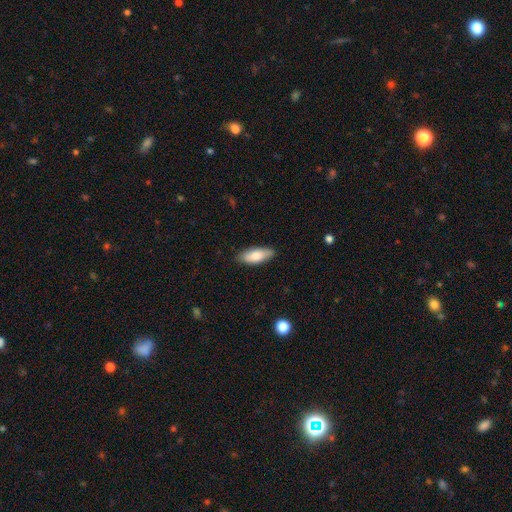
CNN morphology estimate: A smooth galaxy with no disk features (81%) that is in between round and cigar-shaped (73%).

Vote fractions:
- Smooth or featured? smooth: 81% / featured or disk: 13% / star or artifact: 6%
- How rounded? in between: 73% / cigar-shaped: 25% / round: 2%
- Merging? none: 86% / minor disturbance: 11% / major disturbance: 2% / merger: 1%